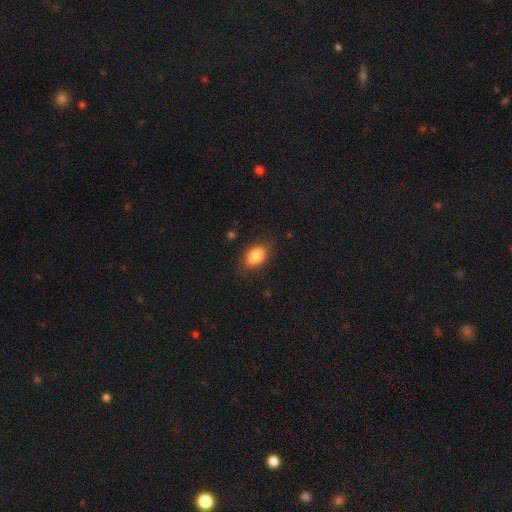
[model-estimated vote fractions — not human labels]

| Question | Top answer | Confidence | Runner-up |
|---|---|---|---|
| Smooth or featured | smooth | 85% | star or artifact (8%) |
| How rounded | in between | 85% | round (14%) |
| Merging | none | 83% | minor disturbance (13%) |